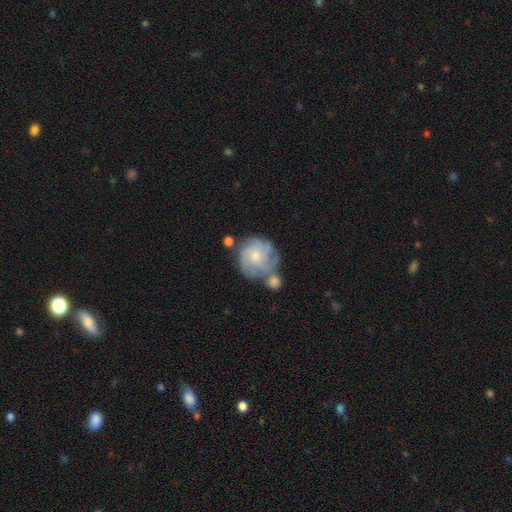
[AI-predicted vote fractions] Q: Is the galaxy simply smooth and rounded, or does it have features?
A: featured or disk — 70%.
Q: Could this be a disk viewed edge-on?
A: no — 98%.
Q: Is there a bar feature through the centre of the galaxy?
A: no — 73%.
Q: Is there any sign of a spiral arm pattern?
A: yes — 92%.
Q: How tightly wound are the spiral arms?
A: tight — 59%.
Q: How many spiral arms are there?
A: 4 — 28%, tied with can't tell.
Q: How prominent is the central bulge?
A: moderate — 47%.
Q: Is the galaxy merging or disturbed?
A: none — 50%.